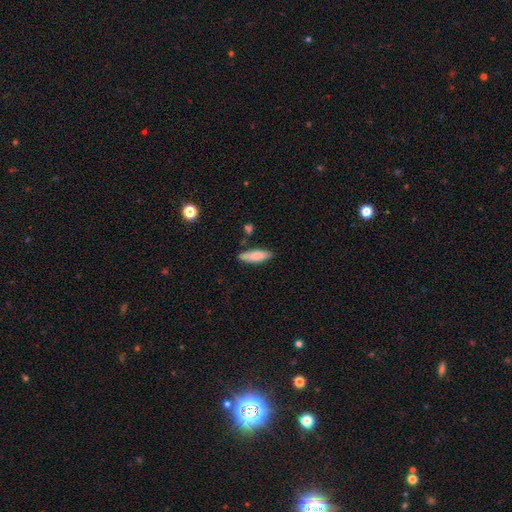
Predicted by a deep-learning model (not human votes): This is clearly a smooth galaxy (83%). How rounded: possibly cigar-shaped (52%). Merging: clearly none (81%).